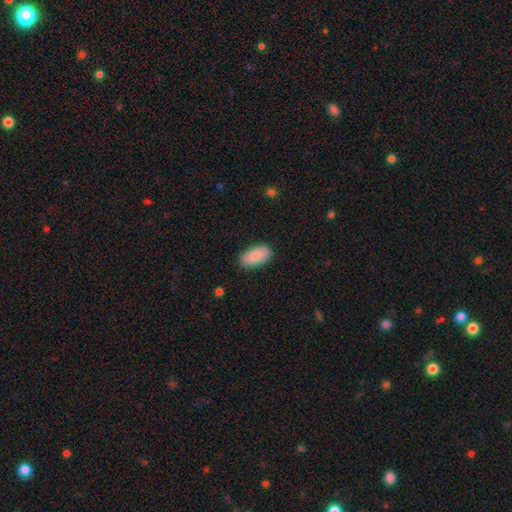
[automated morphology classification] This is clearly a smooth galaxy (88%). How rounded: clearly in between (94%). Merging: clearly none (87%).